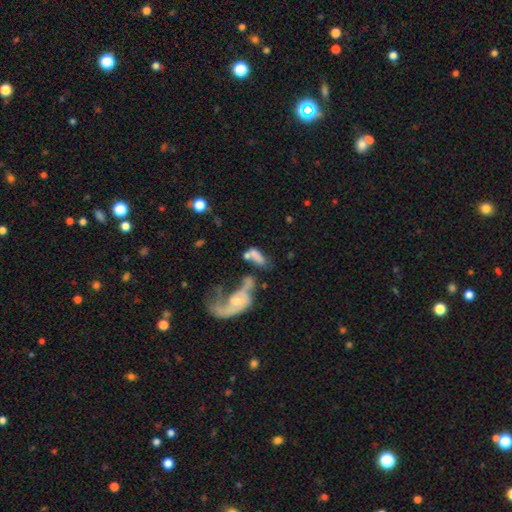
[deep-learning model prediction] Smooth or featured? smooth (55%)
How rounded? in between (80%)
Merging? merger (51%)